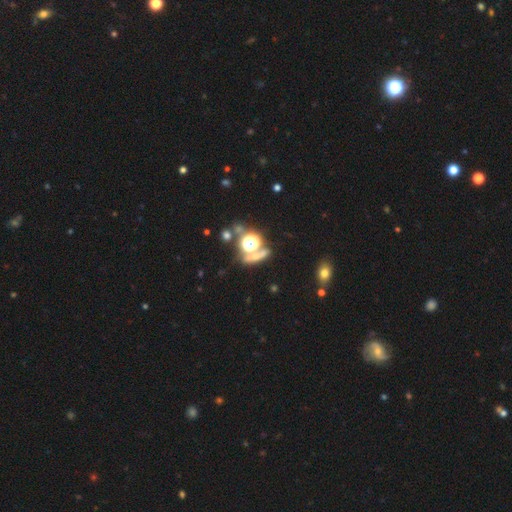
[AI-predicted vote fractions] Q: Smooth or featured?
A: star or artifact (44%); runner-up: smooth (39%)